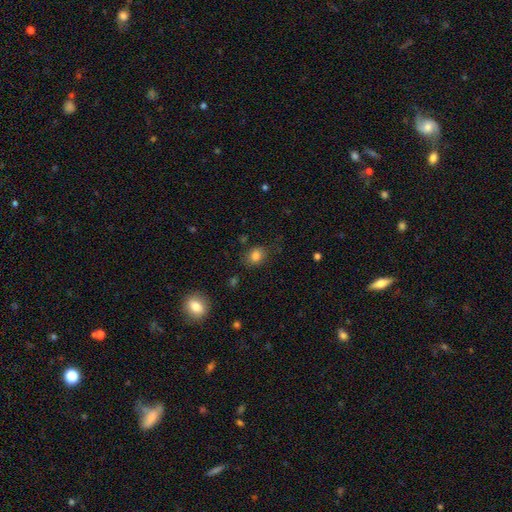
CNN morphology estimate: smooth-or-featured: smooth: 81% | star or artifact: 12% | featured or disk: 7%
  how-rounded: round: 52% | in between: 46% | cigar-shaped: 1%
  merging: none: 78% | minor disturbance: 16% | major disturbance: 4% | merger: 2%